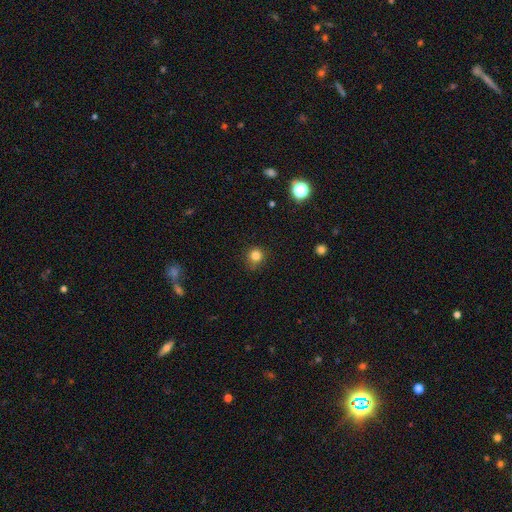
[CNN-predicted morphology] smooth_or_featured: smooth (p=0.82) [alt: star or artifact p=0.13]
how_rounded: round (p=0.92) [alt: in between p=0.07]
merging: none (p=0.81) [alt: minor disturbance p=0.14]